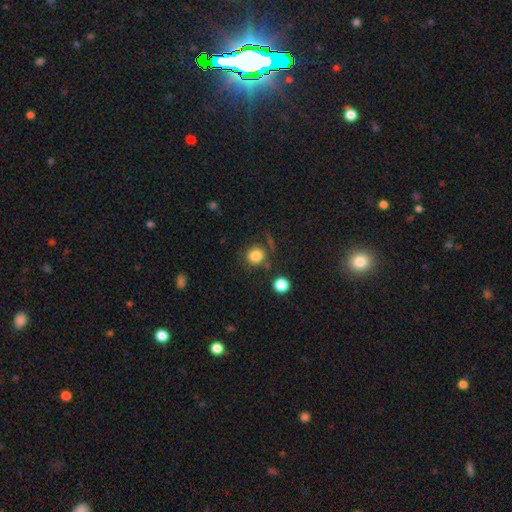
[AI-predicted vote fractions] Q: Smooth or featured?
A: smooth (83%); runner-up: star or artifact (11%)
Q: How rounded?
A: round (87%); runner-up: in between (12%)
Q: Merging?
A: none (76%); runner-up: minor disturbance (11%)